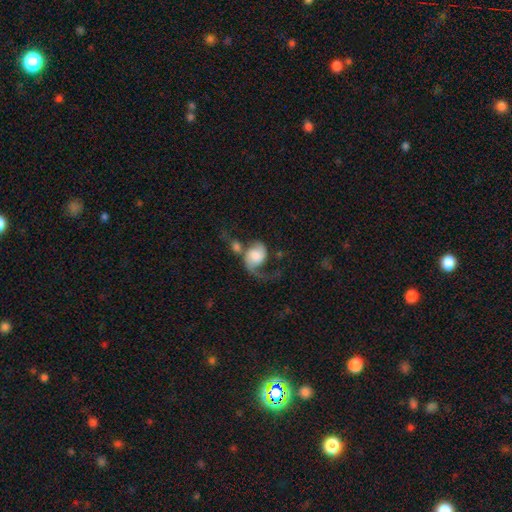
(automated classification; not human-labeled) Smooth or featured? Predicted: featured or disk (p=0.56). Edge-on disk? Predicted: no (p=0.97). Bar? Predicted: no (p=0.67). Spiral arms? Predicted: yes (p=0.88). Bulge size? Predicted: large (p=0.31). Merging? Predicted: merger (p=0.33).